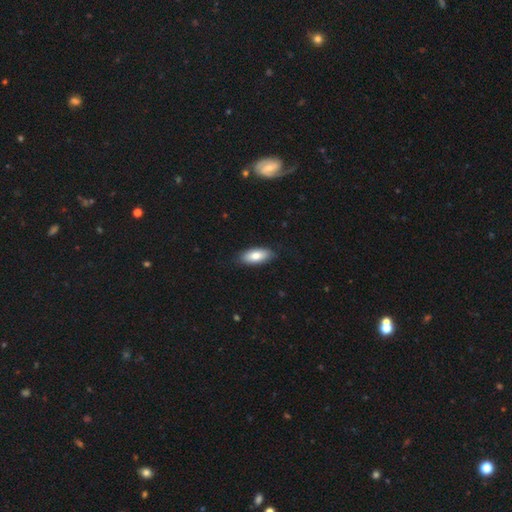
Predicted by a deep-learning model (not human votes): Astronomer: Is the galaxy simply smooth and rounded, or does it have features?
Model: smooth — 79%.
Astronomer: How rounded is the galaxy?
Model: in between — 86%.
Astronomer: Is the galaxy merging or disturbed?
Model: none — 86%.